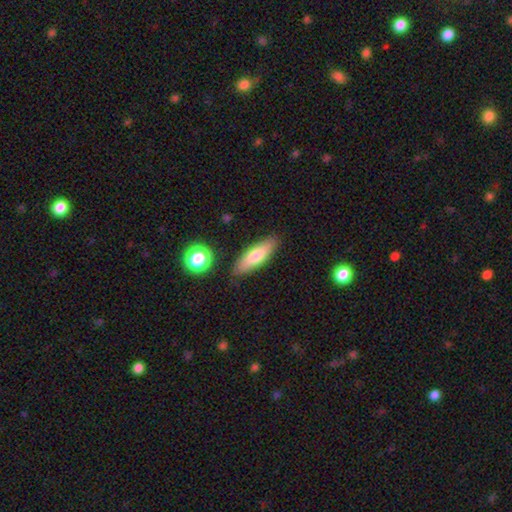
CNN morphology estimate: smooth 72%, featured or disk 22%, star or artifact 7%. Down the decision tree: how rounded — cigar-shaped (52%); merging — none (85%).